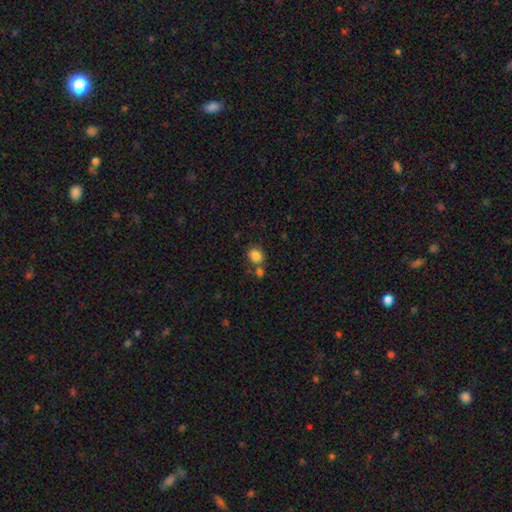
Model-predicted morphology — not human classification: smooth-or-featured: smooth: 85% | star or artifact: 10% | featured or disk: 5%
  how-rounded: round: 59% | in between: 40% | cigar-shaped: 1%
  merging: none: 64% | merger: 20% | minor disturbance: 12% | major disturbance: 4%